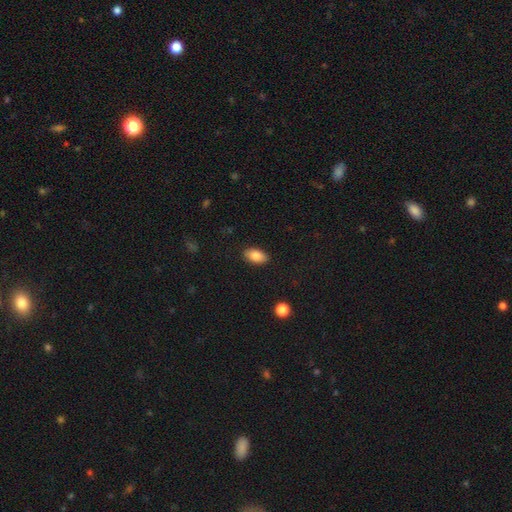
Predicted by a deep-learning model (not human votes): Morphology: type=smooth (85%); roundness=in between (92%); merging=none (88%).